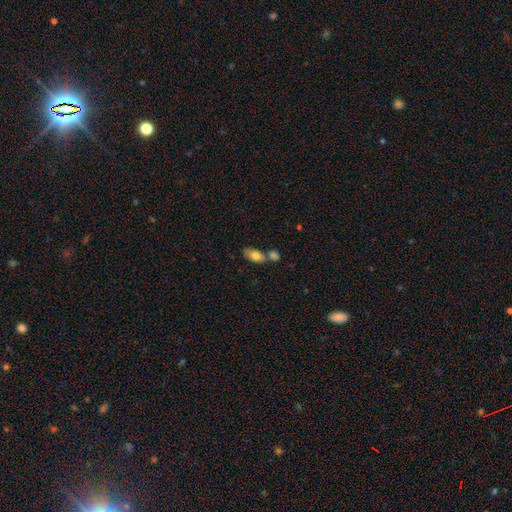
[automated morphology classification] smooth 76%, featured or disk 17%, star or artifact 7%. Down the decision tree: how rounded — in between (89%); merging — none (45%).